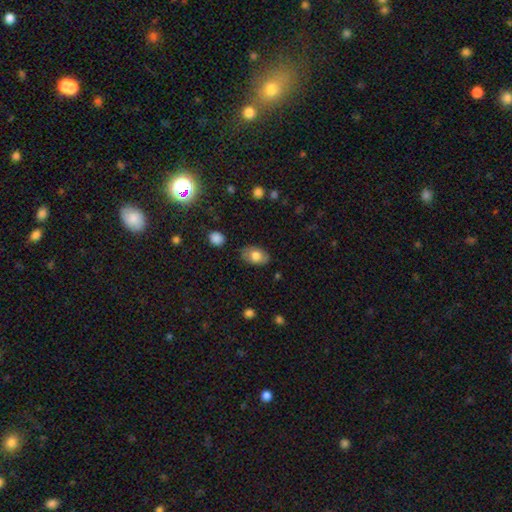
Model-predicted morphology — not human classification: smooth_or_featured: smooth (p=0.75) [alt: featured or disk p=0.18]
how_rounded: in between (p=0.88) [alt: round p=0.11]
merging: none (p=0.80) [alt: minor disturbance p=0.15]